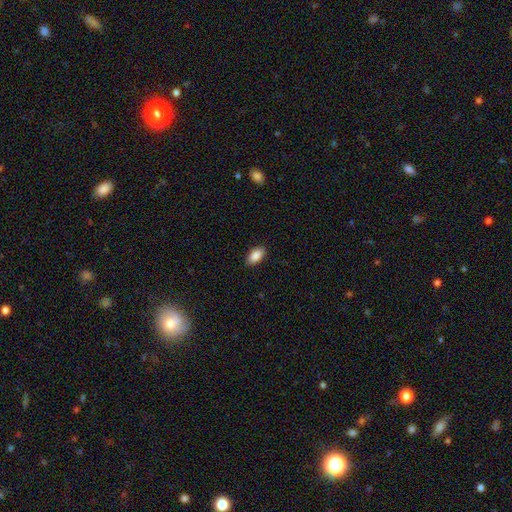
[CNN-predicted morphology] Q: Smooth or featured?
A: smooth (88%); runner-up: star or artifact (7%)
Q: How rounded?
A: in between (93%); runner-up: round (4%)
Q: Merging?
A: none (88%); runner-up: minor disturbance (9%)